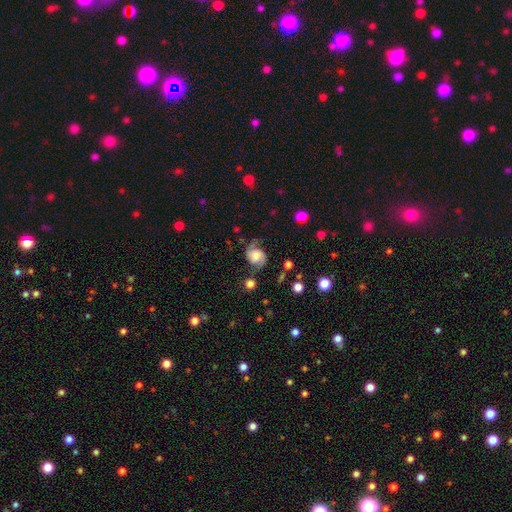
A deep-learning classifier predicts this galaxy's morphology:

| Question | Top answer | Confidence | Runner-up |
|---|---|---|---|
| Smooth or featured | featured or disk | 70% | smooth (21%) |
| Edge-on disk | no | 98% | yes (2%) |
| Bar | no | 62% | weak (31%) |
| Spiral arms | yes | 94% | no (6%) |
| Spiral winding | medium | 47% | loose (33%) |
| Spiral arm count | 2 | 90% | can't tell (4%) |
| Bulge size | large | 29% | moderate (26%) |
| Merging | none | 63% | minor disturbance (22%) |